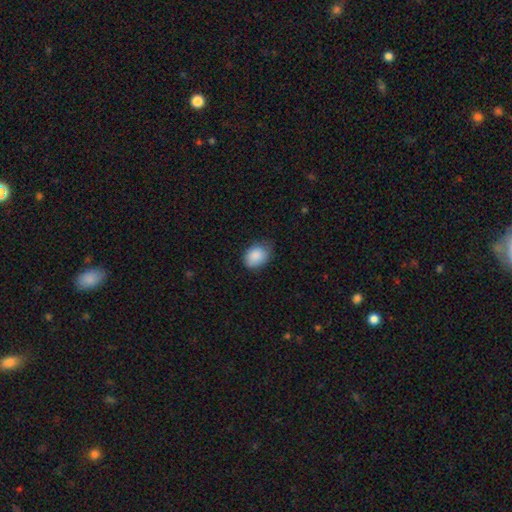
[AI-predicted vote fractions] Morphology: type=smooth (88%); roundness=in between (70%); merging=none (68%).